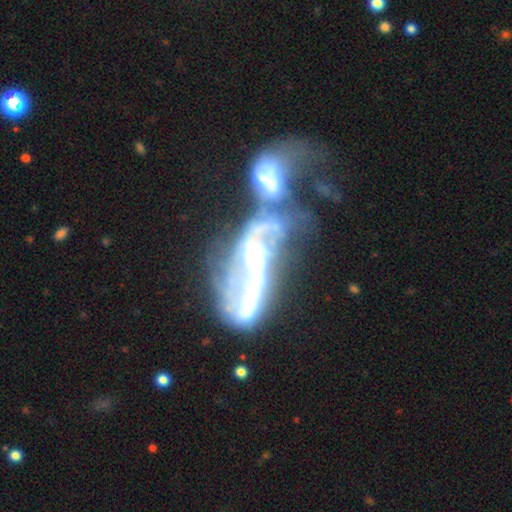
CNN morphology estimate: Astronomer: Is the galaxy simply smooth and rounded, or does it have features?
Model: featured or disk — 76%.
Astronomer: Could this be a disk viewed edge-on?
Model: no — 89%.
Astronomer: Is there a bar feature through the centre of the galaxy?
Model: no — 46% (runner-up: strong, 30%).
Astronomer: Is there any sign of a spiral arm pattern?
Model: yes — 61% (runner-up: no, 39%).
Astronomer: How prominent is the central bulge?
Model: moderate — 43% (runner-up: small, 21%).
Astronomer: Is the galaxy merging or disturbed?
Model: merger — 69%.